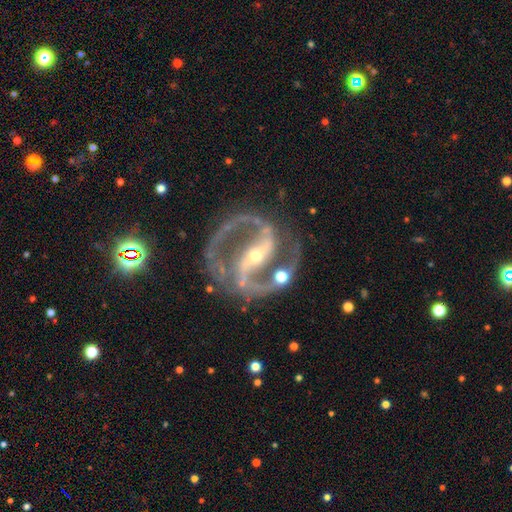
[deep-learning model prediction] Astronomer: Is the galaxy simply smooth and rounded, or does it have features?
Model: featured or disk — 92%.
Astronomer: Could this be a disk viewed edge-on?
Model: no — 97%.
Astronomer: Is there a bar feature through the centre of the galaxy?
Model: strong — 69%.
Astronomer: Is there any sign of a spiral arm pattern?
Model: yes — 98%.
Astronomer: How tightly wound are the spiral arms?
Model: medium — 66%.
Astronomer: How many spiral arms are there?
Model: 2 — 93%.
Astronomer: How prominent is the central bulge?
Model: small — 59% (runner-up: moderate, 37%).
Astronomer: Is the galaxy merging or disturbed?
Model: none — 75%.